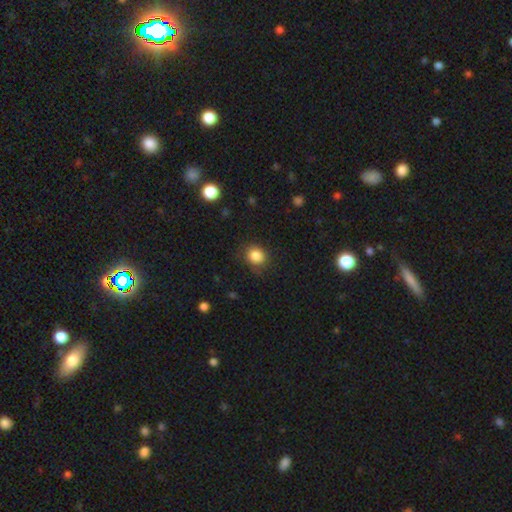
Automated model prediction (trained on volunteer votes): Overall: smooth (85%). How rounded: round (72%). Merging: none (76%).